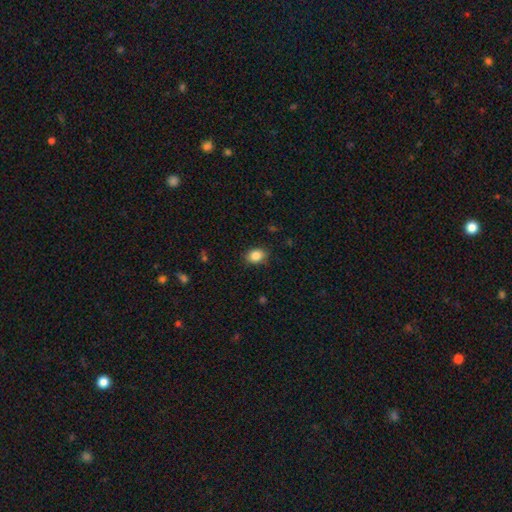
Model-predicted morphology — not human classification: This is clearly a smooth galaxy (86%). How rounded: possibly in between (60%). Merging: clearly none (85%).